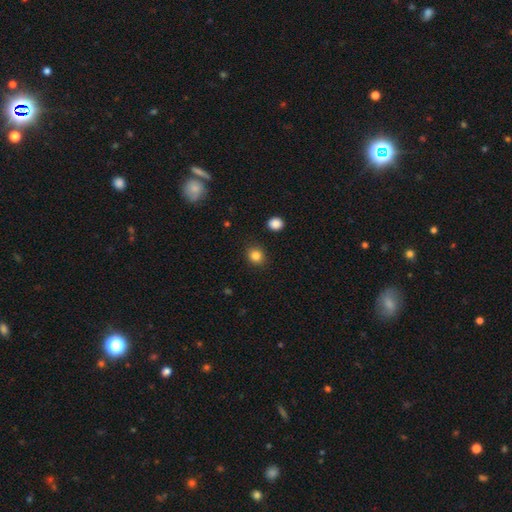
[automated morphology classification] This is clearly a smooth galaxy (84%). How rounded: likely round (77%). Merging: clearly none (89%).